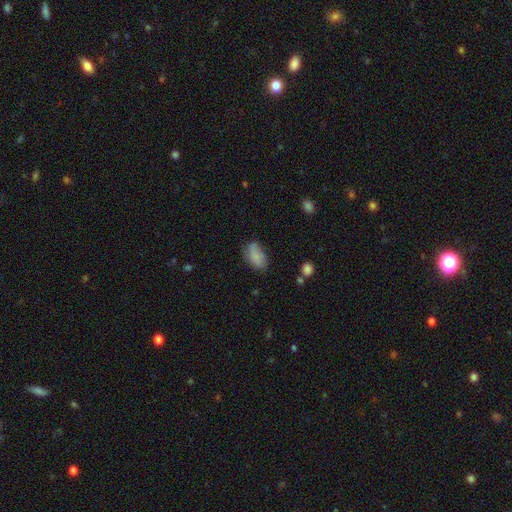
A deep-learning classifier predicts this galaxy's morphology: Smooth or featured: smooth — 79% (featured or disk — 12%)
How rounded: in between — 92% (round — 5%)
Merging: none — 59% (minor disturbance — 29%)